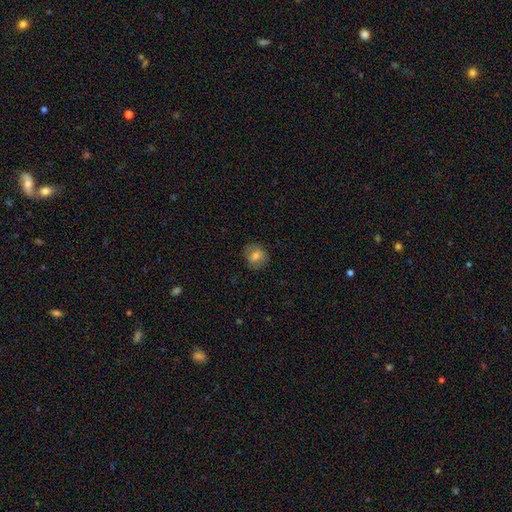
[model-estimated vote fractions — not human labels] Q: Smooth or featured?
A: smooth (73%); runner-up: featured or disk (17%)
Q: How rounded?
A: round (70%); runner-up: in between (29%)
Q: Merging?
A: none (82%); runner-up: minor disturbance (13%)